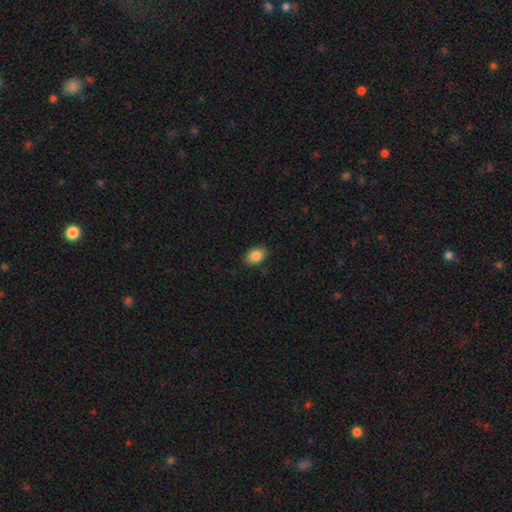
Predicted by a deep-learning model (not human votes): Smooth or featured? Predicted: smooth (p=0.86). How rounded? Predicted: in between (p=0.77). Merging? Predicted: none (p=0.87).